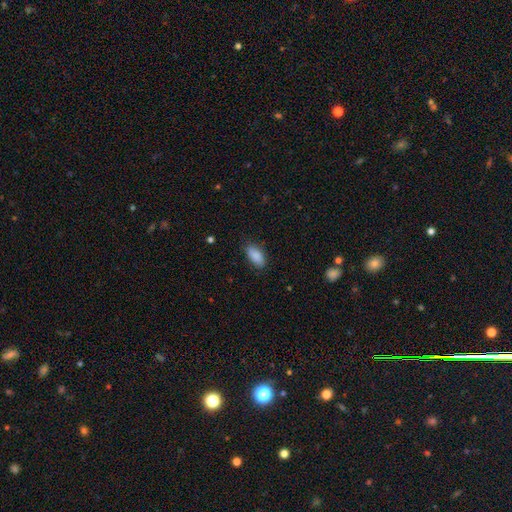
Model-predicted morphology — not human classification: The model was most divided on "merging": none: 82%, minor disturbance: 14%, major disturbance: 3%, merger: 1%. More confident: how rounded — in between (90%); smooth or featured — smooth (88%).